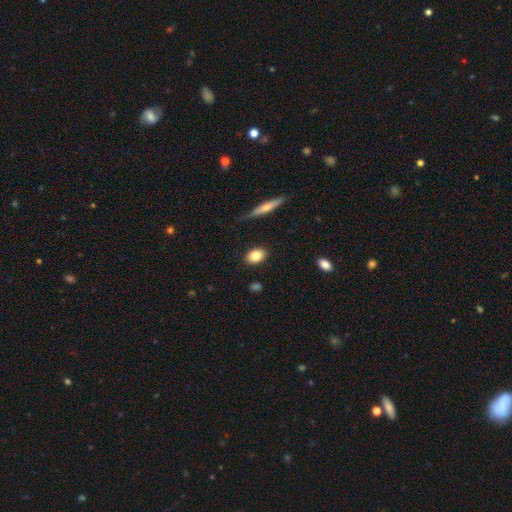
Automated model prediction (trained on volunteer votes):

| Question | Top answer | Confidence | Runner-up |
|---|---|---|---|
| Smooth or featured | smooth | 82% | featured or disk (10%) |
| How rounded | in between | 80% | round (17%) |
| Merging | none | 87% | minor disturbance (9%) |